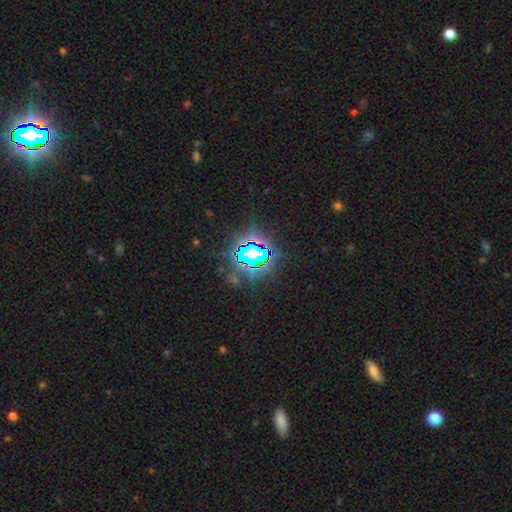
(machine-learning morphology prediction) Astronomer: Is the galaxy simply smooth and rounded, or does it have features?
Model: star or artifact — 80%.